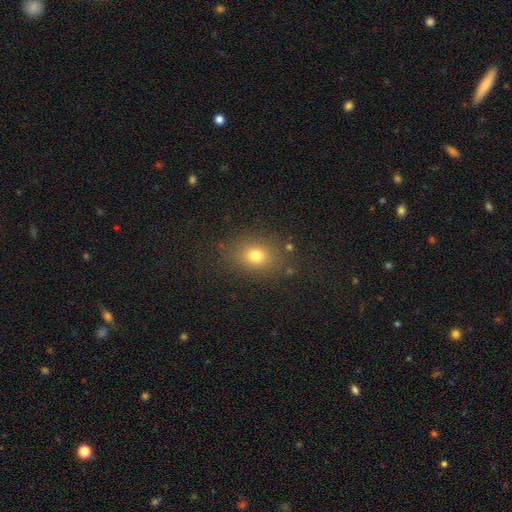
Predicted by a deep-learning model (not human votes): Smooth or featured?
  - smooth: 74% *
  - star or artifact: 15%
  - featured or disk: 11%
How rounded?
  - in between: 64% *
  - round: 34%
  - cigar-shaped: 2%
Merging?
  - none: 82% *
  - minor disturbance: 11%
  - major disturbance: 5%
  - merger: 2%